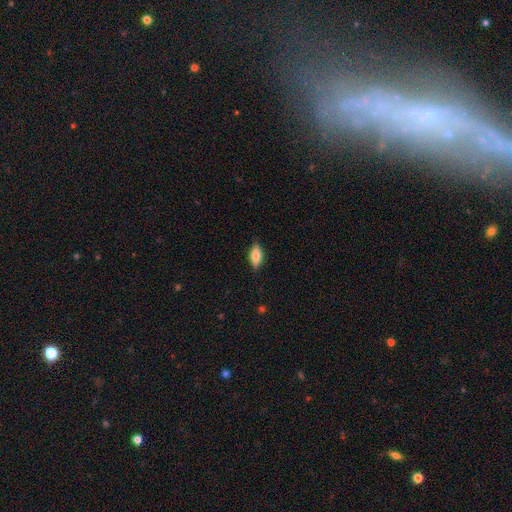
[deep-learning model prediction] This is likely a smooth galaxy (65%). How rounded: likely in between (72%). Merging: clearly none (83%).